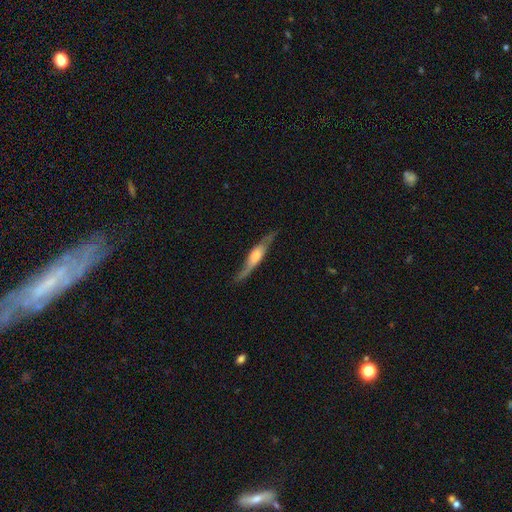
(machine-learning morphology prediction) smooth_or_featured: featured or disk (p=0.68) [alt: smooth p=0.27]
disk_edge_on: yes (p=0.71) [alt: no p=0.29]
merging: none (p=0.71) [alt: minor disturbance p=0.20]